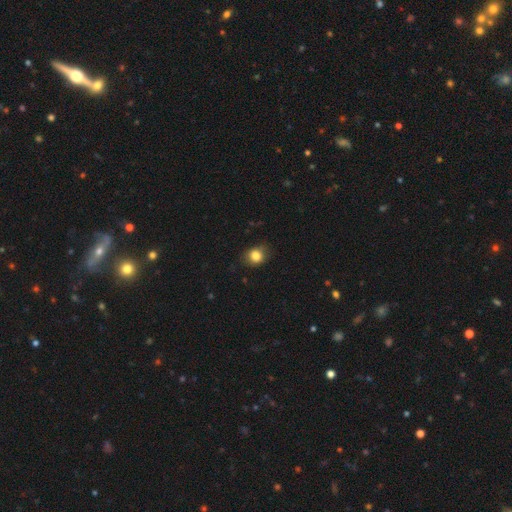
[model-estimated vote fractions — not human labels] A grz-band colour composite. It shows a smooth galaxy with no disk features (82%) that is round (58%). Merging: none (76%).